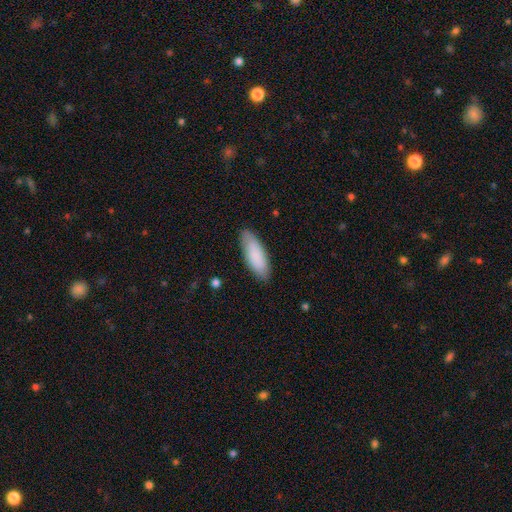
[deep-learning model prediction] smooth-or-featured: smooth: 87% | featured or disk: 8% | star or artifact: 5%
  how-rounded: in between: 69% | cigar-shaped: 29% | round: 1%
  merging: none: 86% | minor disturbance: 11% | major disturbance: 2% | merger: 1%